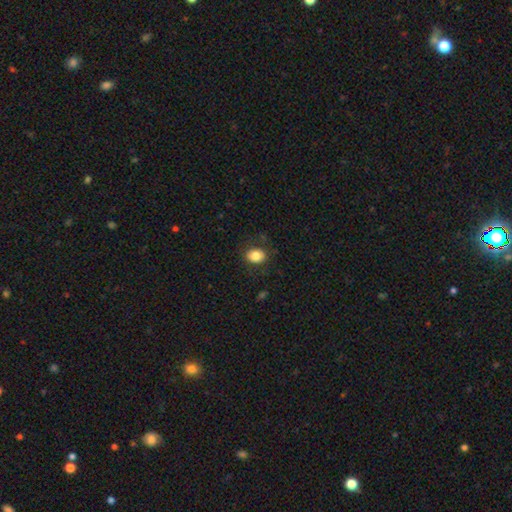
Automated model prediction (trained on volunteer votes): A smooth galaxy with no disk features (82%) that is round (50%, tied with in between).

Vote fractions:
- Smooth or featured? smooth: 82% / star or artifact: 10% / featured or disk: 8%
- How rounded? round: 50% (tied) / in between: 50% (tied) / cigar-shaped: 1%
- Merging? none: 83% / minor disturbance: 12% / major disturbance: 4% / merger: 1%